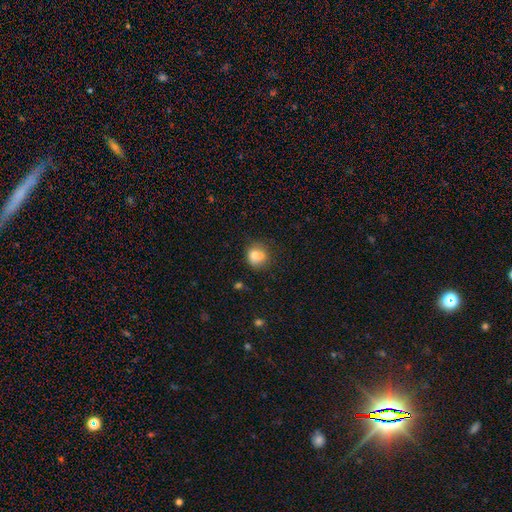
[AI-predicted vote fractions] Smooth or featured: smooth — 74% (featured or disk — 15%)
How rounded: round — 77% (in between — 22%)
Merging: none — 50% (merger — 28%)